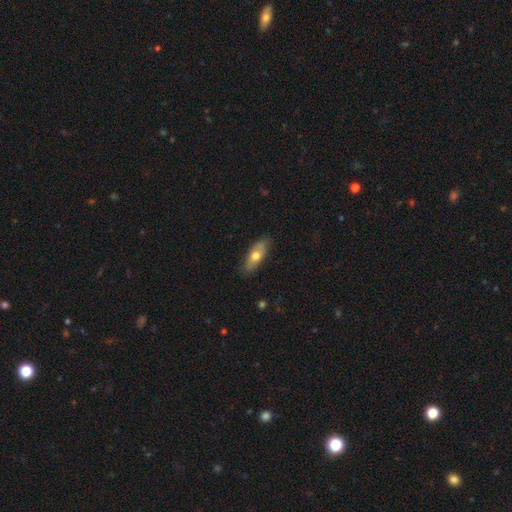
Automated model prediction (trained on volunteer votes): This is likely a smooth galaxy (60%). How rounded: likely in between (70%). Merging: clearly none (82%).